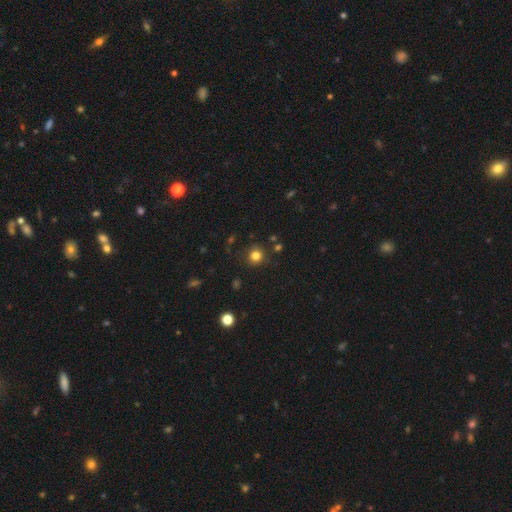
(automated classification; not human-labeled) Smooth or featured?
  - smooth: 81% *
  - star or artifact: 14%
  - featured or disk: 5%
How rounded?
  - round: 91% *
  - in between: 8%
  - cigar-shaped: 1%
Merging?
  - none: 85% *
  - minor disturbance: 9%
  - major disturbance: 3%
  - merger: 3%